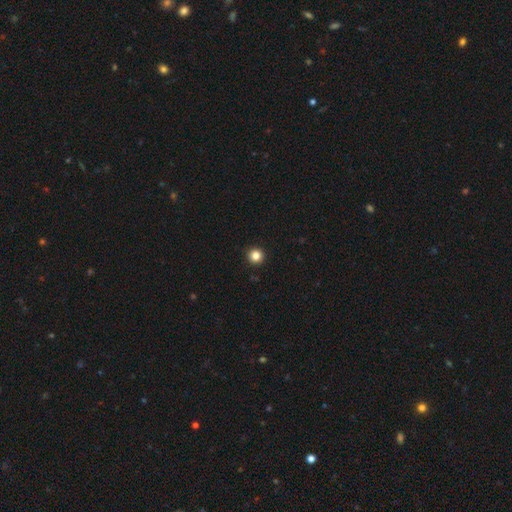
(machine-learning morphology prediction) The model was most divided on "smooth or featured": smooth: 84%, star or artifact: 12%, featured or disk: 4%. More confident: how rounded — round (96%); merging — none (94%).